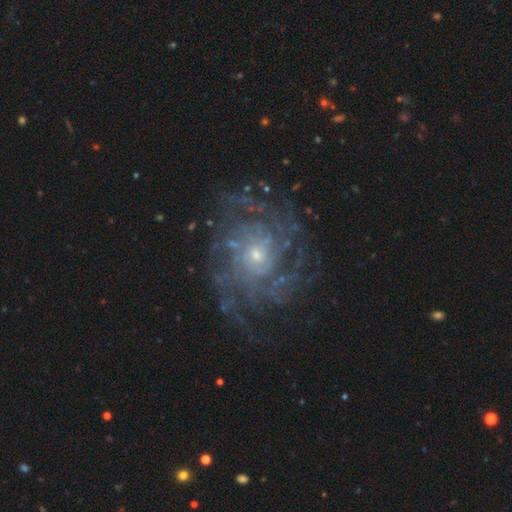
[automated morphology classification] featured or disk 85%, star or artifact 9%, smooth 6%. Down the decision tree: edge-on disk — no (97%); bar — no (79%); spiral arms — yes (95%); spiral arm count — can't tell (33%); spiral winding — tight (66%); bulge size — small (70%); merging — none (77%).